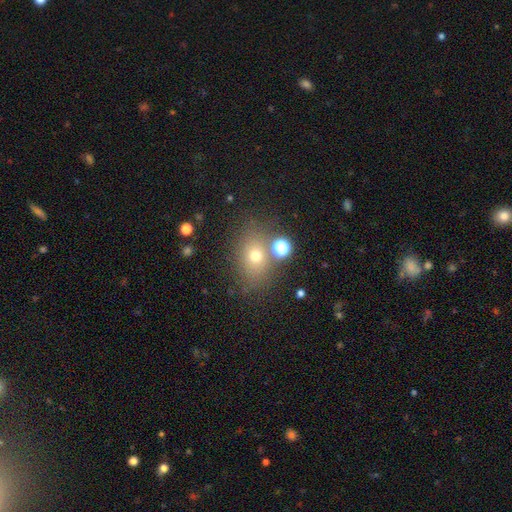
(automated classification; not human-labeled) Smooth or featured?
  - smooth: 67% *
  - star or artifact: 19%
  - featured or disk: 14%
How rounded?
  - in between: 52% *
  - round: 47%
  - cigar-shaped: 1%
Merging?
  - none: 72% *
  - minor disturbance: 13%
  - merger: 10%
  - major disturbance: 6%